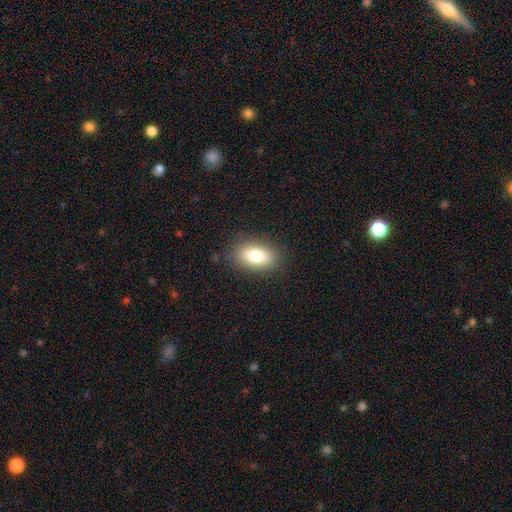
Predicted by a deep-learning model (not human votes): The model was most divided on "smooth or featured": smooth: 80%, featured or disk: 12%, star or artifact: 9%. More confident: how rounded — in between (89%); merging — none (85%).